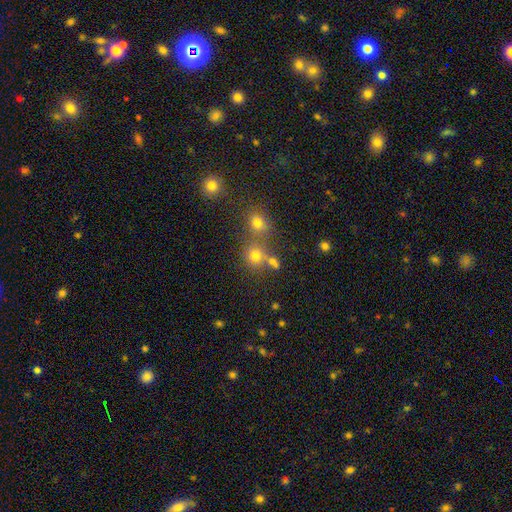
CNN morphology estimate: smooth_or_featured: smooth (p=0.71) [alt: star or artifact p=0.20]
how_rounded: round (p=0.83) [alt: in between p=0.16]
merging: none (p=0.55) [alt: merger p=0.31]